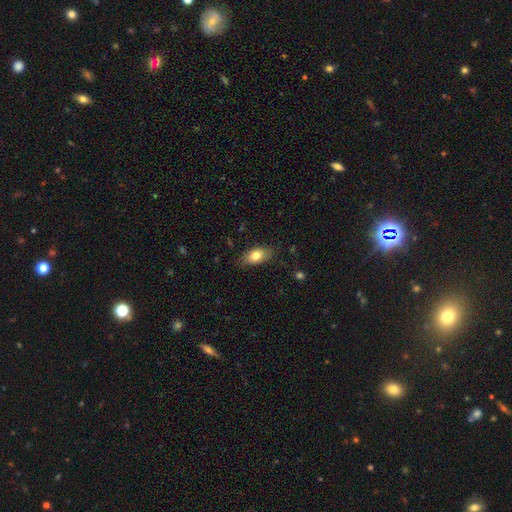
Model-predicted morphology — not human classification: Smooth or featured?
  - smooth: 77% *
  - featured or disk: 16%
  - star or artifact: 7%
How rounded?
  - in between: 86% *
  - round: 8%
  - cigar-shaped: 6%
Merging?
  - none: 79% *
  - minor disturbance: 16%
  - major disturbance: 3%
  - merger: 1%